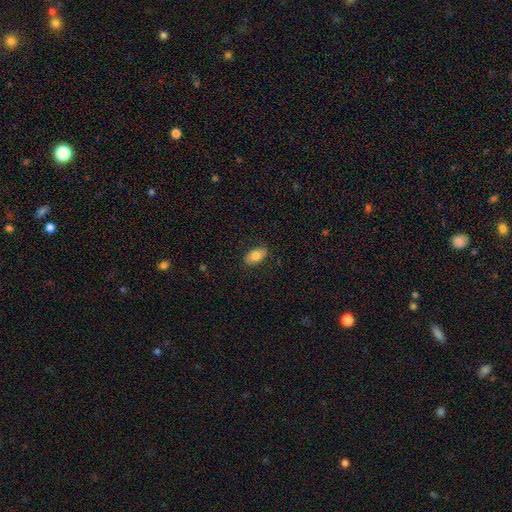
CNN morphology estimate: Overall: smooth (75%). How rounded: in between (91%). Merging: none (84%).